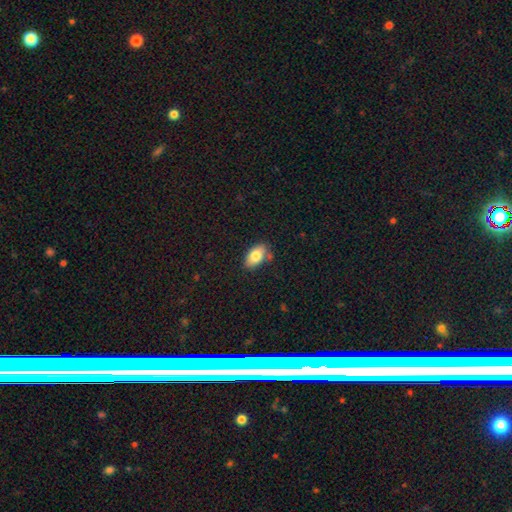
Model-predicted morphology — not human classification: The model was most divided on "merging": none: 77%, minor disturbance: 16%, merger: 4%, major disturbance: 3%. More confident: how rounded — in between (92%); smooth or featured — smooth (80%).